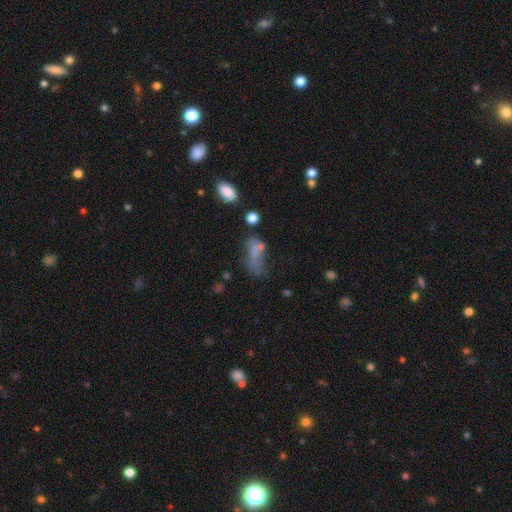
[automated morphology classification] Smooth or featured?
  - smooth: 52% *
  - featured or disk: 26%
  - star or artifact: 22%
How rounded?
  - in between: 68% *
  - cigar-shaped: 24%
  - round: 8%
Merging?
  - none: 33% *
  - major disturbance: 30%
  - minor disturbance: 24%
  - merger: 12%